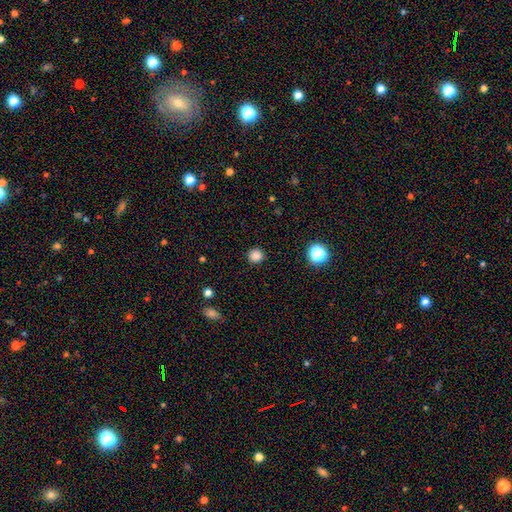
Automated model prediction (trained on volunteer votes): Morphology: type=smooth (84%); roundness=round (93%); merging=none (91%).